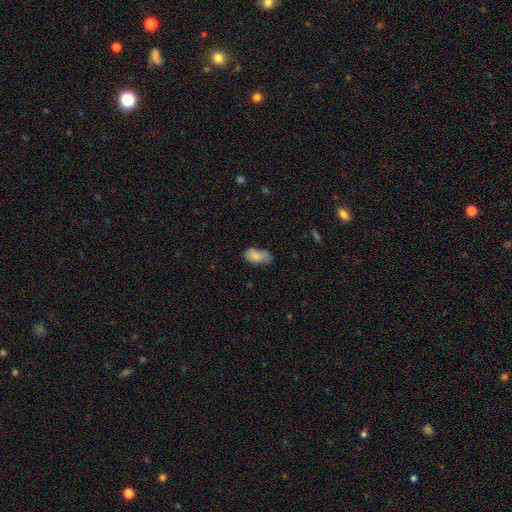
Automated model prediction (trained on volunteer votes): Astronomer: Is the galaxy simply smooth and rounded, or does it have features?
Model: smooth — 79%.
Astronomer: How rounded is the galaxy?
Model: in between — 92%.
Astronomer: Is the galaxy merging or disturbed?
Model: none — 48% (runner-up: minor disturbance, 34%).